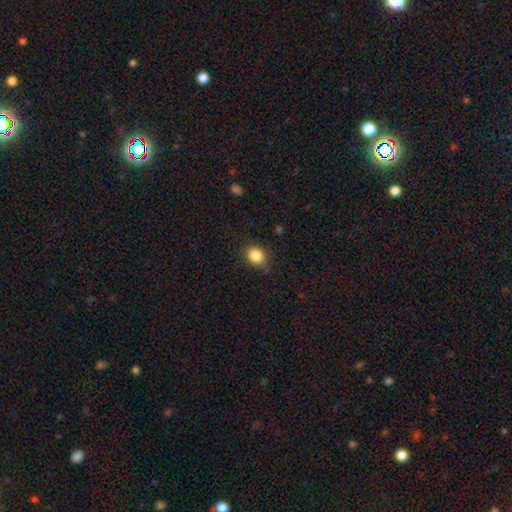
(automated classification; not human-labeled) Overall: smooth (85%). How rounded: round (59%; in between 40%). Merging: none (77%).